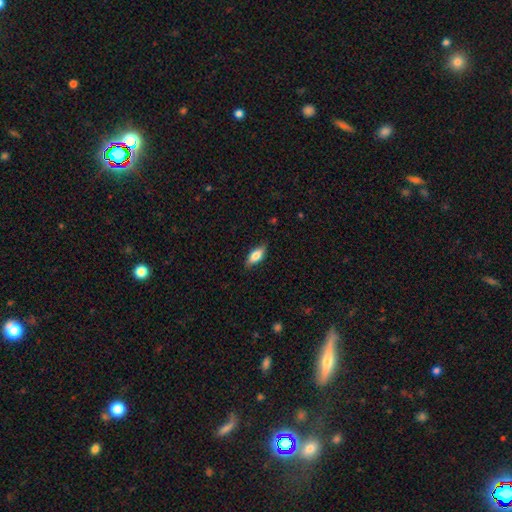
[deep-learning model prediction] A smooth galaxy with no disk features (70%) that is in between round and cigar-shaped (76%).

Vote fractions:
- Smooth or featured? smooth: 70% / featured or disk: 23% / star or artifact: 6%
- How rounded? in between: 76% / cigar-shaped: 21% / round: 3%
- Merging? none: 81% / minor disturbance: 15% / major disturbance: 3% / merger: 1%